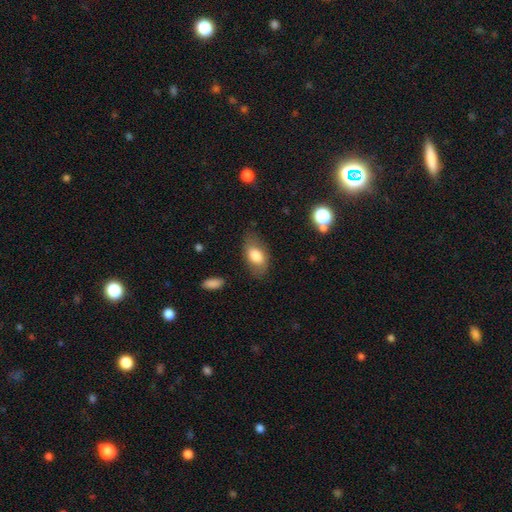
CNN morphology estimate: Smooth or featured? Predicted: smooth (p=0.77). How rounded? Predicted: in between (p=0.90). Merging? Predicted: none (p=0.72).